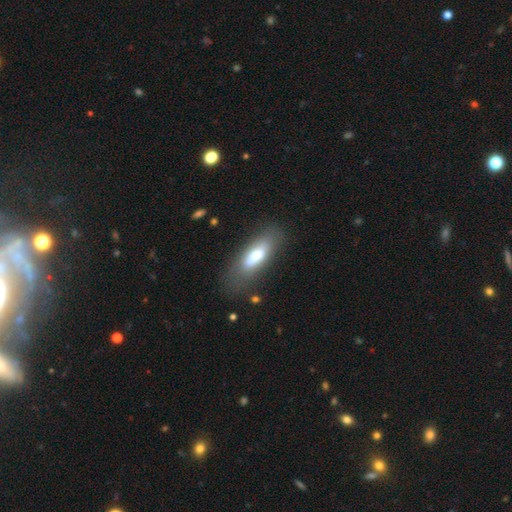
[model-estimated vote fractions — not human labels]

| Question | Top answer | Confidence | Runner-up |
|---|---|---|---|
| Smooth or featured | smooth | 68% | featured or disk (24%) |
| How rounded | in between | 62% | cigar-shaped (36%) |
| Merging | none | 71% | minor disturbance (17%) |